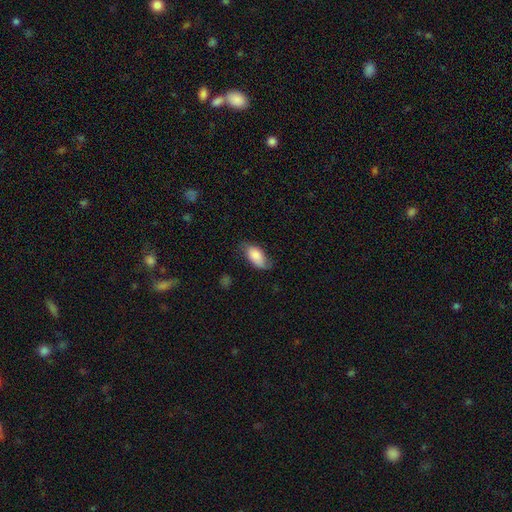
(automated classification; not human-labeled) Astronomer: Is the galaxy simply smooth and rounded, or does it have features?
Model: smooth — 78%.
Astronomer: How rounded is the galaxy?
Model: in between — 93%.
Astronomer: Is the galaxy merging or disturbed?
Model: none — 62%.